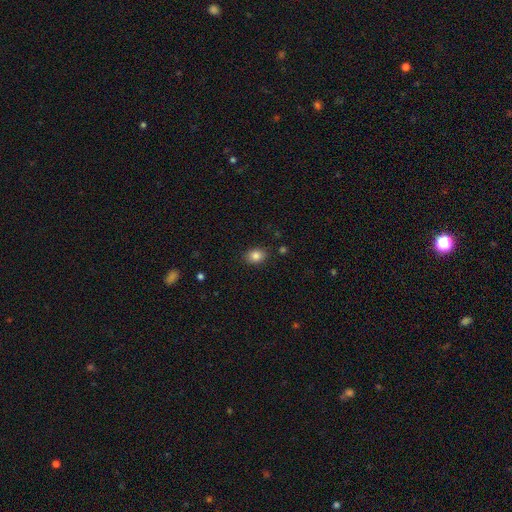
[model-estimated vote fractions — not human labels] This is clearly a smooth galaxy (84%). How rounded: likely in between (64%). Merging: clearly none (86%).